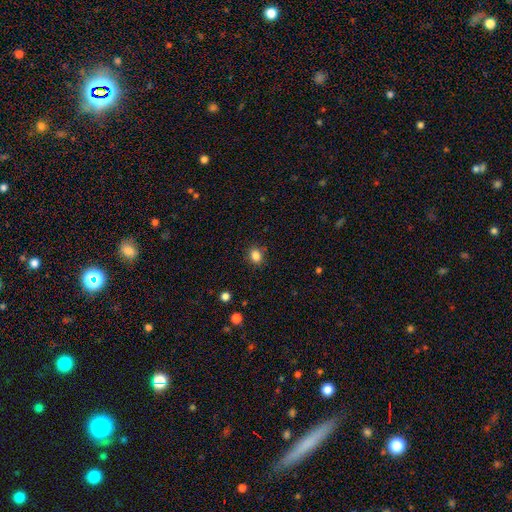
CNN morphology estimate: Overall: smooth (84%). How rounded: round (58%; in between 41%). Merging: none (86%).